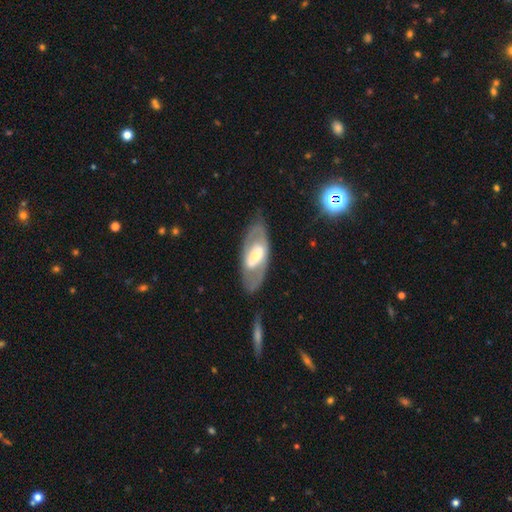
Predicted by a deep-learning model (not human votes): A featured or disk galaxy (67%) with no bar (42%), no spiral arms (55%) and a moderate central bulge (48%).

Vote fractions:
- Smooth or featured? featured or disk: 67% / smooth: 28% / star or artifact: 5%
- Edge-on disk? no: 87% / yes: 13%
- Bar? no: 42% / weak: 31% / strong: 27%
- Spiral arms? no: 55% / yes: 45%
- Bulge size? moderate: 48% / small: 32% / large: 15% / none: 2% / dominant: 2%
- Merging? none: 72% / minor disturbance: 16% / major disturbance: 8% / merger: 3%